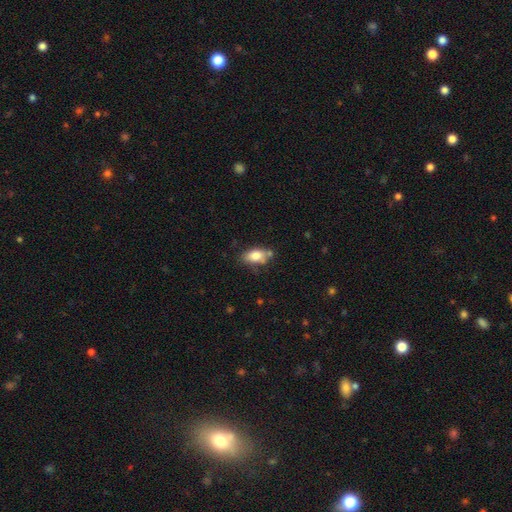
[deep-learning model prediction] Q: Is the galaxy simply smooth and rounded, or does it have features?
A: smooth — 78%.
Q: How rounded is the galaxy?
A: in between — 88%.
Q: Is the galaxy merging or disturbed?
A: none — 62%.